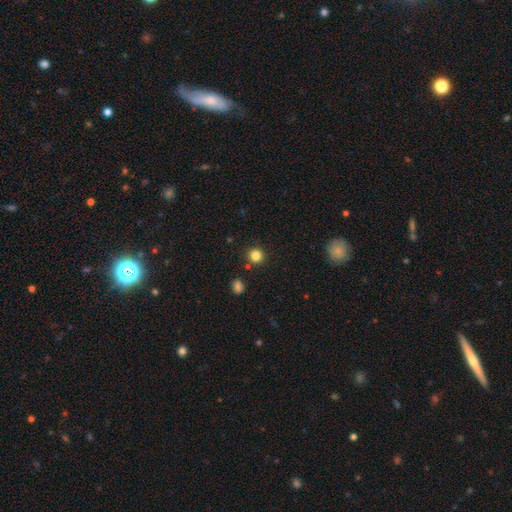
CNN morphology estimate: type=smooth (83%); roundness=round (94%); merging=none (88%).